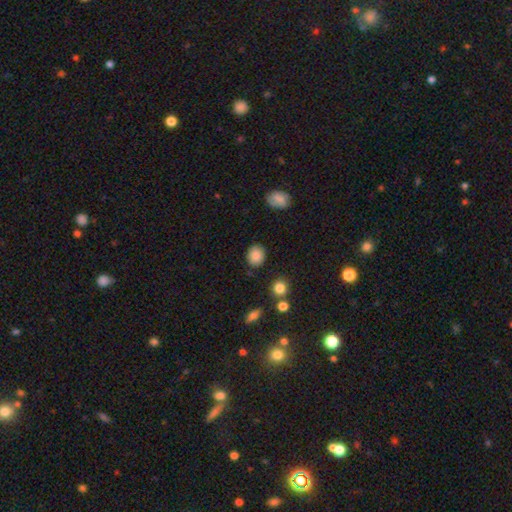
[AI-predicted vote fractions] Smooth or featured? Predicted: smooth (p=0.86). How rounded? Predicted: round (p=0.63). Merging? Predicted: none (p=0.85).